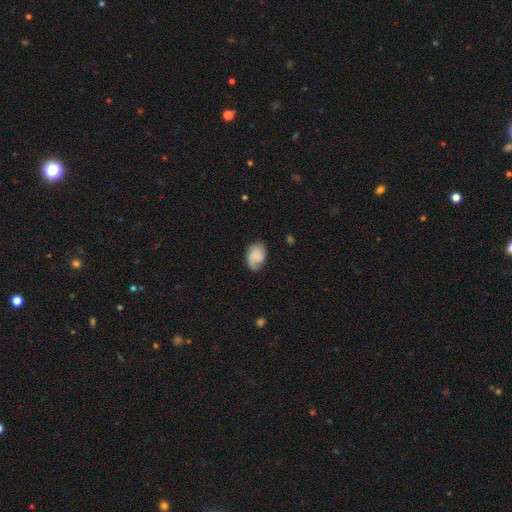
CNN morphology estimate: Smooth or featured? Predicted: smooth (p=0.63). How rounded? Predicted: in between (p=0.81). Merging? Predicted: none (p=0.64).